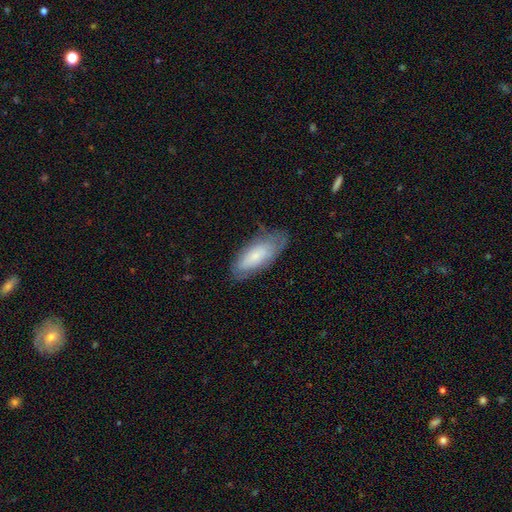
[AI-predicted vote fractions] This appears to be a smooth galaxy with no disk features (66%) that is in between round and cigar-shaped (77%). Merging: none (68%).